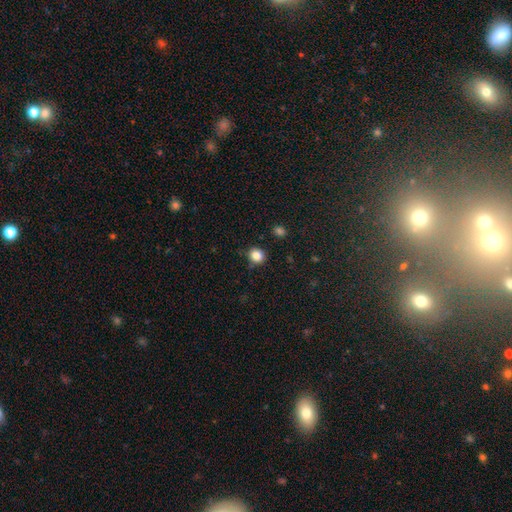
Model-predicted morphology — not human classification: smooth 85%, star or artifact 11%, featured or disk 4%. Down the decision tree: how rounded — round (84%); merging — none (86%).